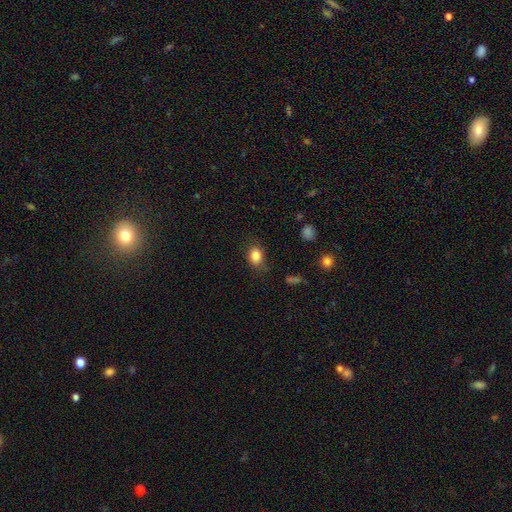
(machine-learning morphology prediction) type=smooth (84%); roundness=in between (58%); merging=none (78%).